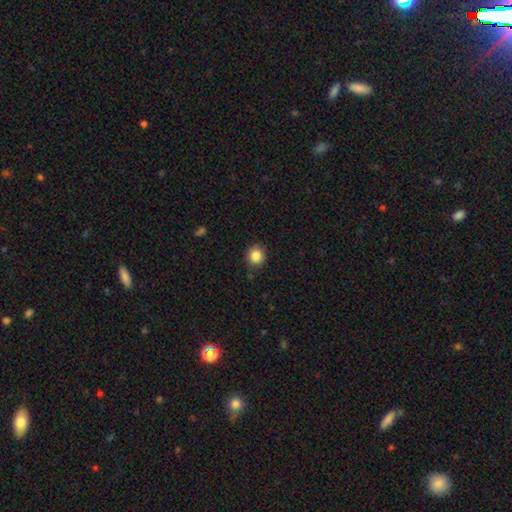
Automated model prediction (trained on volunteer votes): smooth 85%, star or artifact 10%, featured or disk 5%. Down the decision tree: how rounded — round (85%); merging — none (87%).